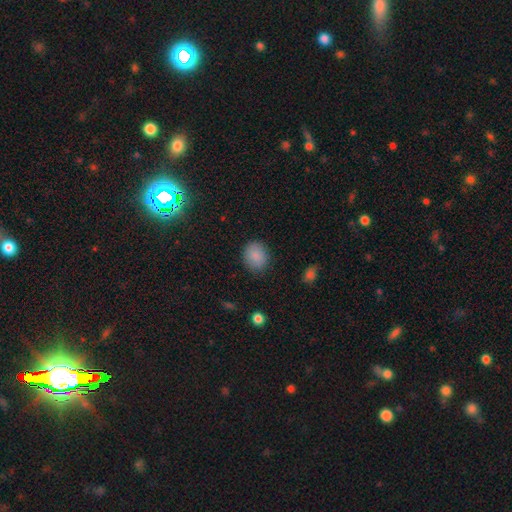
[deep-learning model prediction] A smooth galaxy with no disk features (87%) that is round (61%). Merging: none (84%).